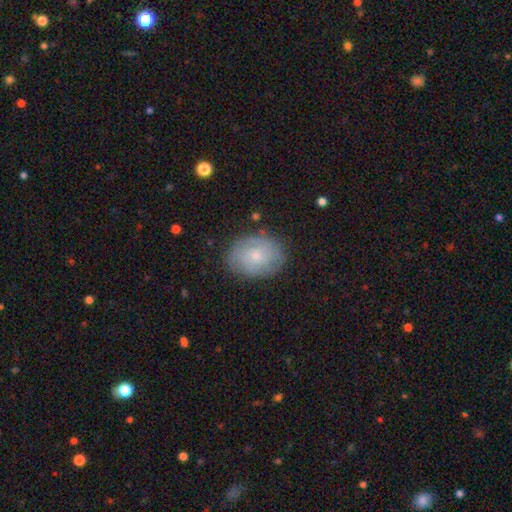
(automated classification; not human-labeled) A smooth galaxy with no disk features (48%). Merging: none (78%).